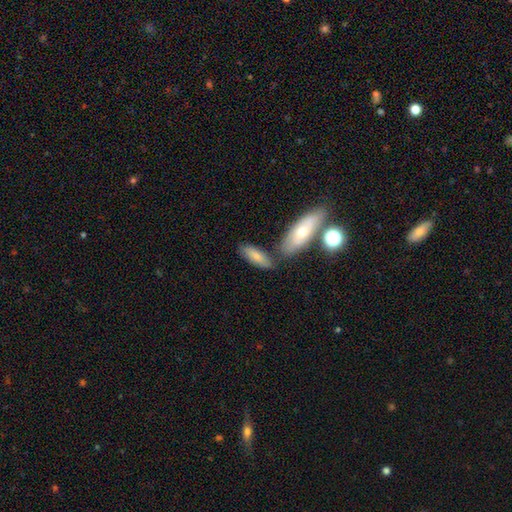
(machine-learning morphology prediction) Smooth or featured?
  - smooth: 77% *
  - featured or disk: 17%
  - star or artifact: 6%
How rounded?
  - in between: 65% *
  - cigar-shaped: 32%
  - round: 2%
Merging?
  - none: 58% *
  - merger: 20%
  - minor disturbance: 17%
  - major disturbance: 5%